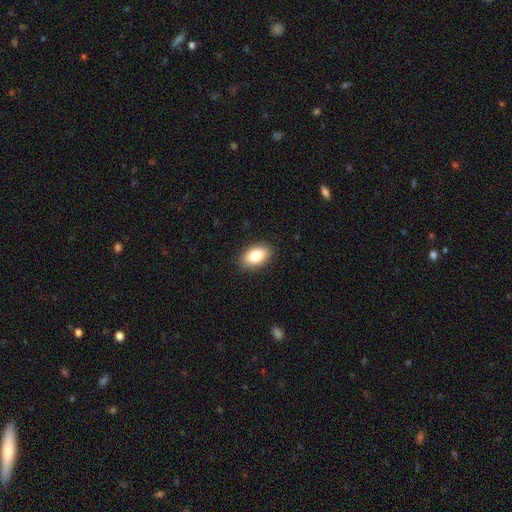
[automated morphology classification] smooth_or_featured: smooth (p=0.81) [alt: featured or disk p=0.11]
how_rounded: in between (p=0.90) [alt: round p=0.08]
merging: none (p=0.89) [alt: minor disturbance p=0.08]